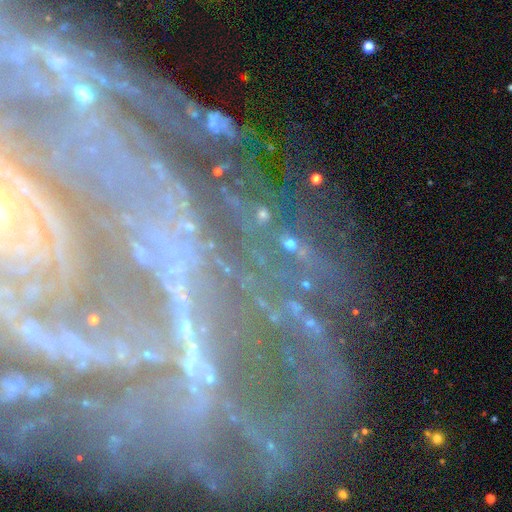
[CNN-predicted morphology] A featured or disk galaxy (49%).

Vote fractions:
- Smooth or featured? featured or disk: 49% / star or artifact: 40% / smooth: 11%
- Merging? none: 59% / minor disturbance: 17% / major disturbance: 17% / merger: 7%